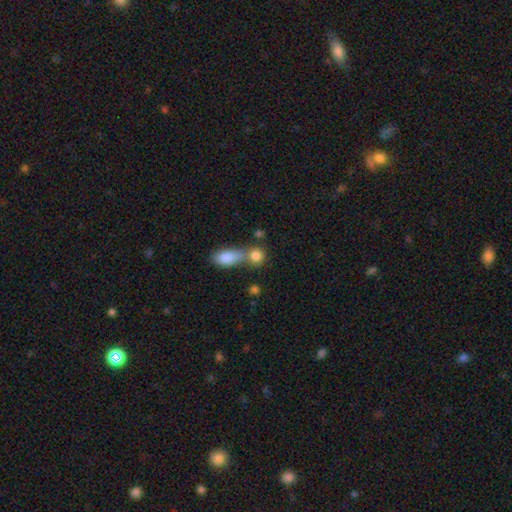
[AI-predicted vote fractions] Overall: smooth (83%). How rounded: round (68%). Merging: none (44%; merger 43%).